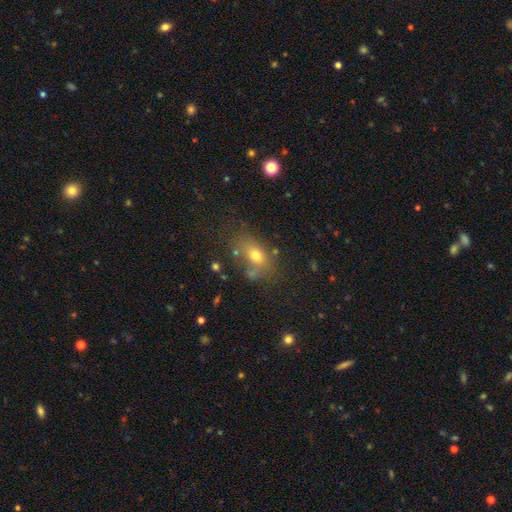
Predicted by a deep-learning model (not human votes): smooth_or_featured: smooth (p=0.70) [alt: featured or disk p=0.15]
how_rounded: in between (p=0.74) [alt: round p=0.23]
merging: none (p=0.58) [alt: minor disturbance p=0.21]